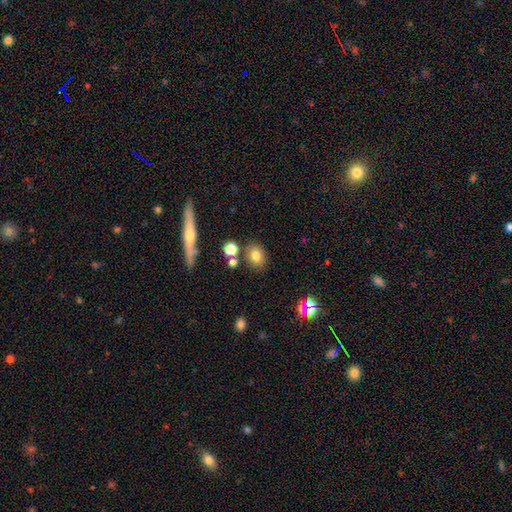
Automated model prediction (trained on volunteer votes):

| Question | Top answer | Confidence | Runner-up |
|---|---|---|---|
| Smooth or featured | smooth | 78% | star or artifact (11%) |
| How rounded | round | 56% | in between (42%) |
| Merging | none | 79% | minor disturbance (10%) |